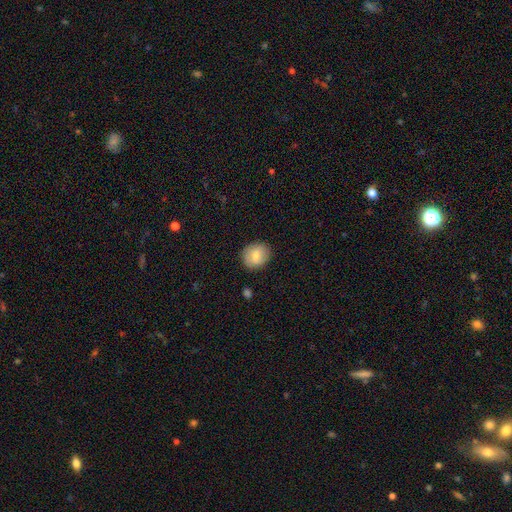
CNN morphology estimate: type=smooth (79%); roundness=round (67%); merging=none (86%).